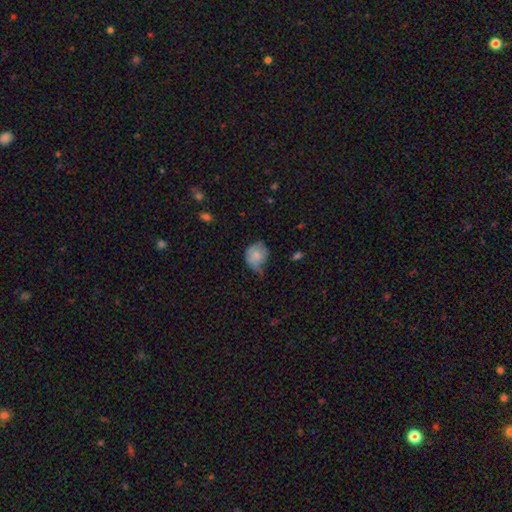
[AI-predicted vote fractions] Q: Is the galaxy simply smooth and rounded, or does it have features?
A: smooth — 73%.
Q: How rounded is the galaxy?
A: round — 67%.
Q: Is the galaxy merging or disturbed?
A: minor disturbance — 45%.